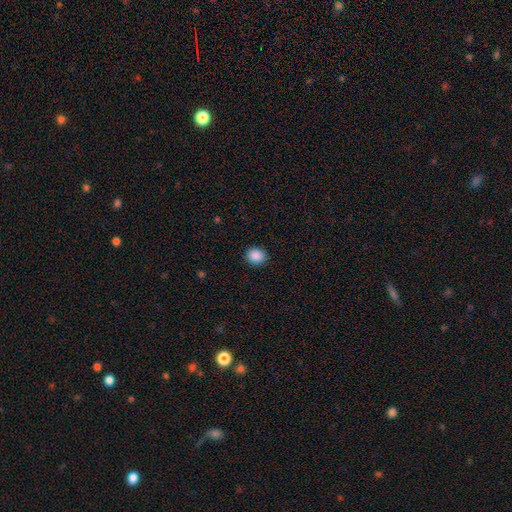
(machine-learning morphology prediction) Q: Smooth or featured?
A: smooth (88%); runner-up: star or artifact (9%)
Q: How rounded?
A: round (77%); runner-up: in between (22%)
Q: Merging?
A: none (90%); runner-up: minor disturbance (7%)